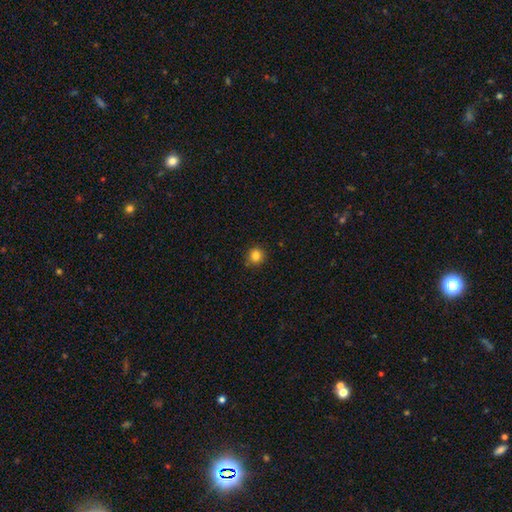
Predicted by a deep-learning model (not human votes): Overall: smooth (84%). How rounded: round (89%). Merging: none (87%).